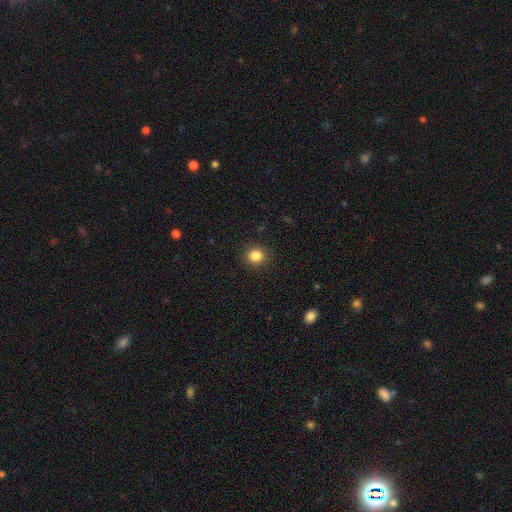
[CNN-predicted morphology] type=smooth (84%); roundness=round (85%); merging=none (90%).